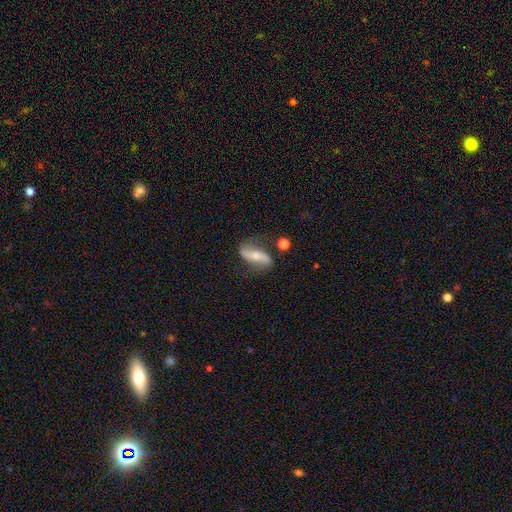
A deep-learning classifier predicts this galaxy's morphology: Smooth or featured? featured or disk (66%)
Edge-on disk? no (80%)
Bar? strong (41%)
Spiral arms? yes (84%)
Bulge size? small (51%)
Merging? none (71%)